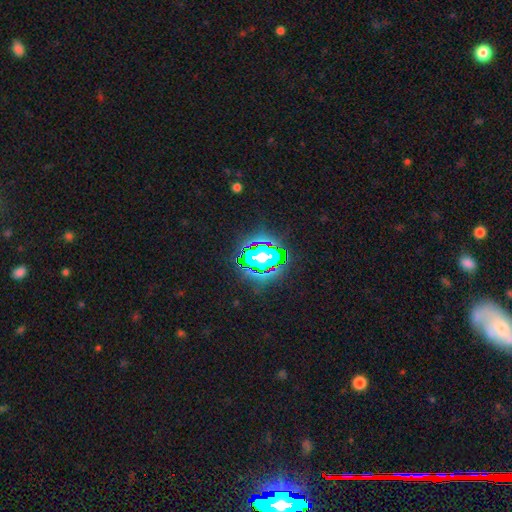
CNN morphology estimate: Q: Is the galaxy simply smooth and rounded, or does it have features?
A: star or artifact — 81%.